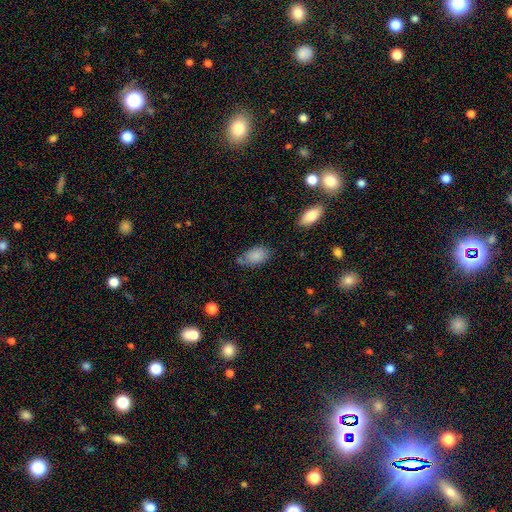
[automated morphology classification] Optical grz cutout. It shows a smooth galaxy with no disk features (85%) that is in between round and cigar-shaped (91%). Merging: none (58%).